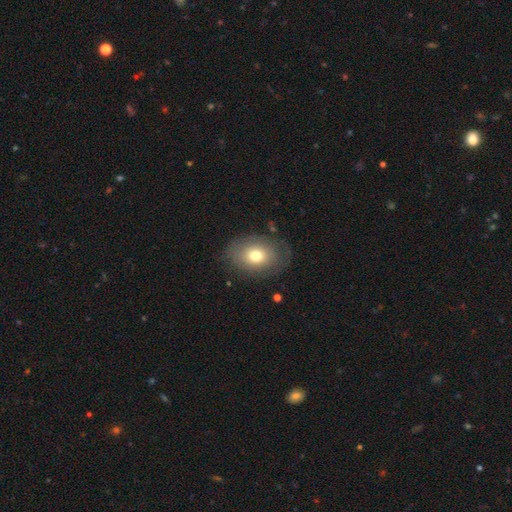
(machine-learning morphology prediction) Smooth or featured: smooth — 71% (featured or disk — 19%)
How rounded: in between — 70% (round — 29%)
Merging: none — 78% (minor disturbance — 15%)